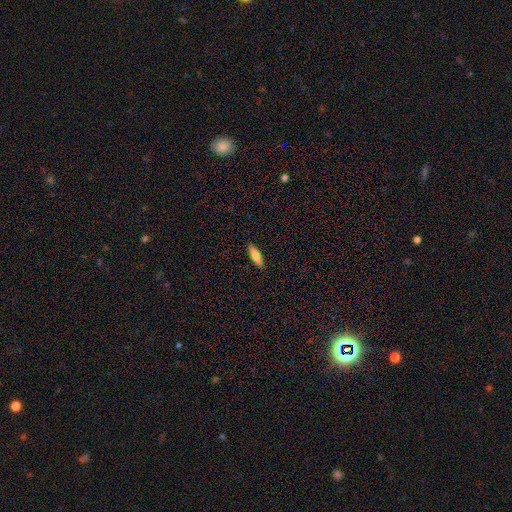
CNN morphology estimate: This appears to be a smooth galaxy with no disk features (72%) that is cigar-shaped (63%). Merging: none (90%).